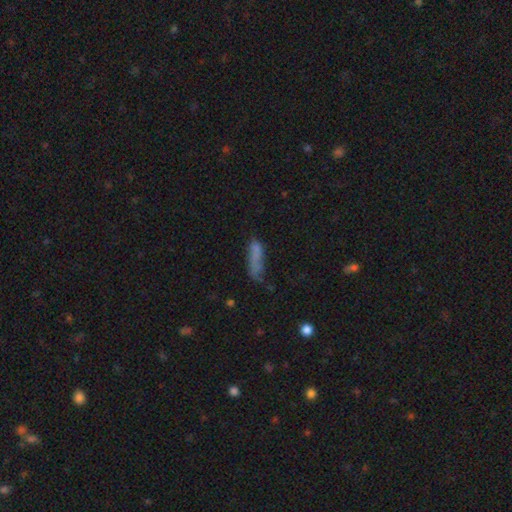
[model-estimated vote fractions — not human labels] smooth_or_featured: smooth (p=0.67) [alt: featured or disk p=0.19]
how_rounded: cigar-shaped (p=0.62) [alt: in between p=0.35]
merging: none (p=0.41) [alt: minor disturbance p=0.27]